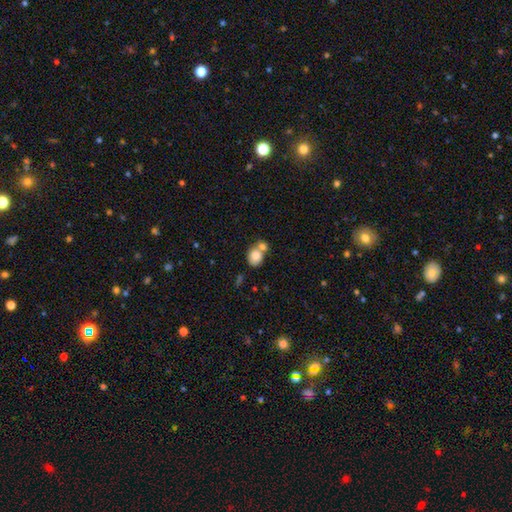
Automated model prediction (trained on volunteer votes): A smooth galaxy with no disk features (81%) that is round (56%).

Vote fractions:
- Smooth or featured? smooth: 81% / featured or disk: 11% / star or artifact: 8%
- How rounded? round: 56% / in between: 43% / cigar-shaped: 1%
- Merging? merger: 51% / none: 36% / minor disturbance: 9% / major disturbance: 4%